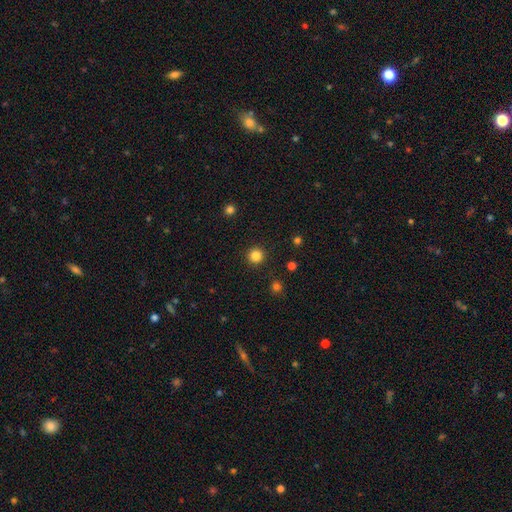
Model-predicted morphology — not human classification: smooth 84%, star or artifact 13%, featured or disk 4%. Down the decision tree: how rounded — round (96%); merging — none (92%).